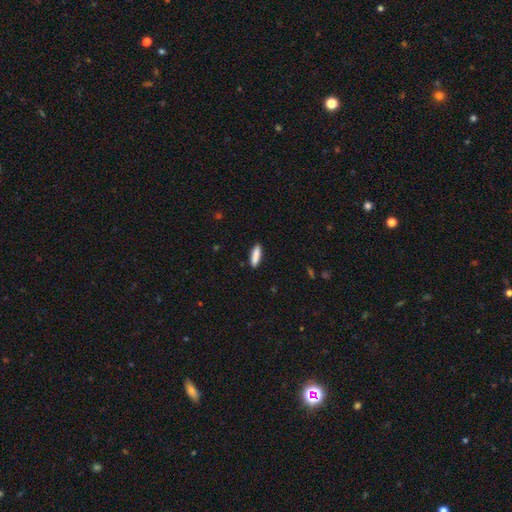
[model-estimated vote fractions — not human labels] A smooth galaxy with no disk features (86%) that is cigar-shaped (61%). Merging: none (87%).